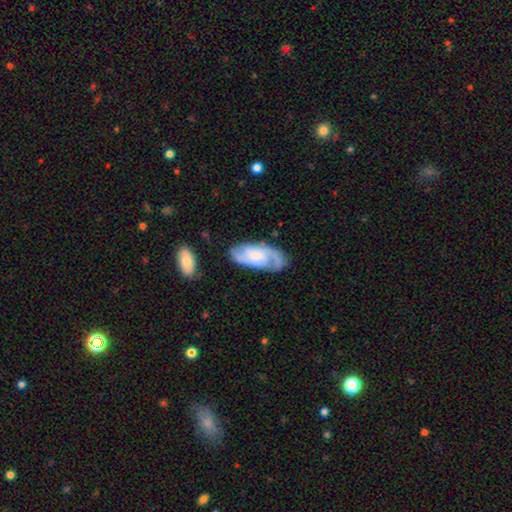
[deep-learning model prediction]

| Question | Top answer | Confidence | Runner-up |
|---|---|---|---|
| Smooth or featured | featured or disk | 74% | smooth (21%) |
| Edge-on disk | no | 94% | yes (6%) |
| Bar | no | 58% | weak (35%) |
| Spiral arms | yes | 94% | no (6%) |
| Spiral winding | medium | 45% | tight (40%) |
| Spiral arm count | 2 | 65% | can't tell (16%) |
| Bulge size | small | 47% | moderate (28%) |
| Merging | none | 73% | minor disturbance (18%) |